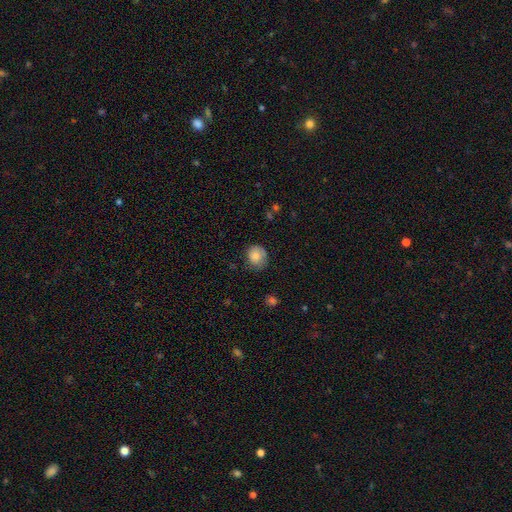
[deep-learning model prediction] Smooth or featured: smooth — 77% (featured or disk — 15%)
How rounded: round — 72% (in between — 27%)
Merging: none — 66% (minor disturbance — 25%)